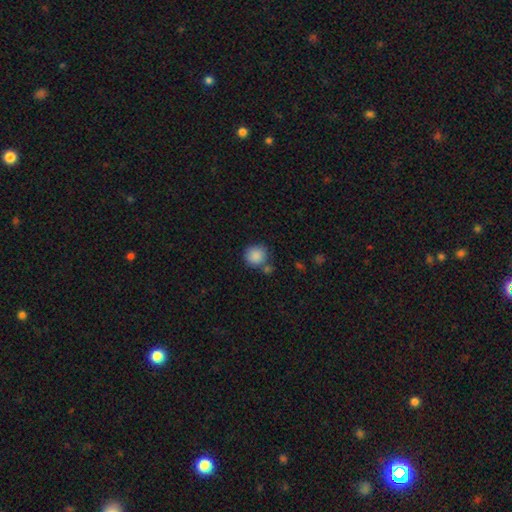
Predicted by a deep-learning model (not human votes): This is clearly a smooth galaxy (88%). How rounded: clearly round (90%). Merging: likely none (71%).